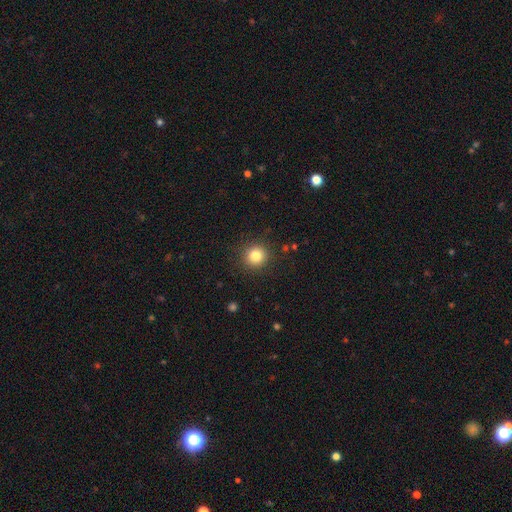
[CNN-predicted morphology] A smooth galaxy with no disk features (82%) that is round (92%).

Vote fractions:
- Smooth or featured? smooth: 82% / star or artifact: 12% / featured or disk: 6%
- How rounded? round: 92% / in between: 7% / cigar-shaped: 1%
- Merging? none: 90% / minor disturbance: 7% / major disturbance: 3% / merger: 1%